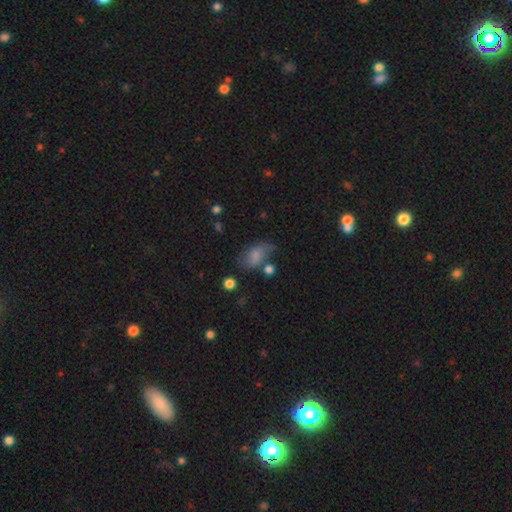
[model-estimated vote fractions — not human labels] This is likely a smooth galaxy (62%). How rounded: clearly in between (86%). Merging: marginally none (39%).